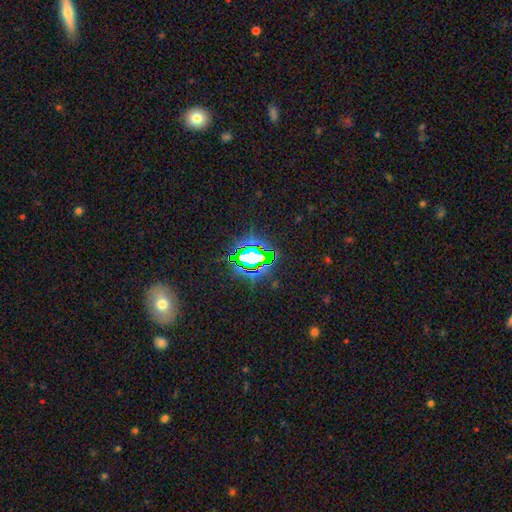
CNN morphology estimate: Smooth or featured? star or artifact (72%)